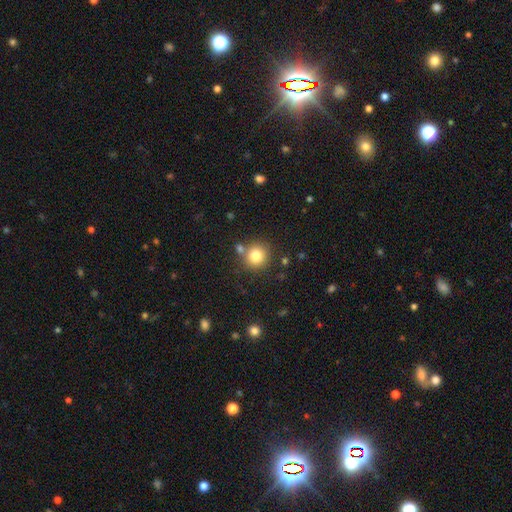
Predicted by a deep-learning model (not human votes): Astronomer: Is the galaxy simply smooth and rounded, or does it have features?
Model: smooth — 80%.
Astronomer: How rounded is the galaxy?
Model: round — 92%.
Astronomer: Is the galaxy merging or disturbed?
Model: none — 76%.